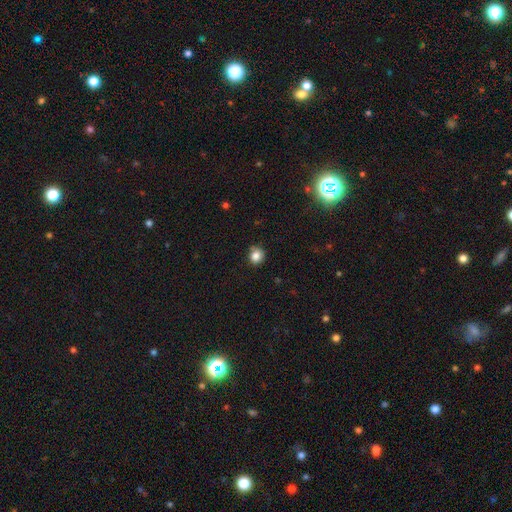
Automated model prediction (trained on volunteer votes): Smooth or featured? Predicted: smooth (p=0.83). How rounded? Predicted: round (p=0.84). Merging? Predicted: none (p=0.82).